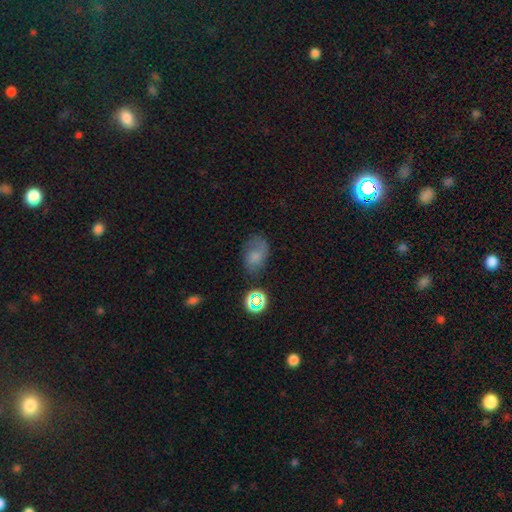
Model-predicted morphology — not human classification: Smooth or featured? smooth (56%)
How rounded? in between (77%)
Merging? none (53%)